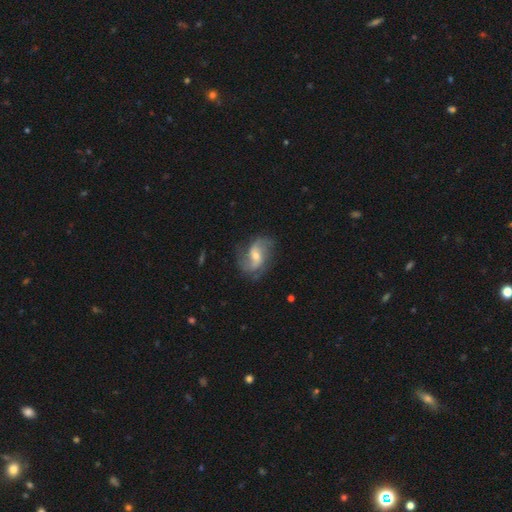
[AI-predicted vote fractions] smooth_or_featured: featured or disk (p=0.84) [alt: smooth p=0.10]
disk_edge_on: no (p=0.97) [alt: yes p=0.03]
bar: weak (p=0.51) [alt: no p=0.33]
has_spiral_arms: yes (p=0.95) [alt: no p=0.05]
spiral_winding: loose (p=0.45) [alt: medium p=0.41]
spiral_arm_count: 2 (p=0.69) [alt: 3 p=0.12]
bulge_size: moderate (p=0.50) [alt: small p=0.42]
merging: none (p=0.70) [alt: minor disturbance p=0.19]